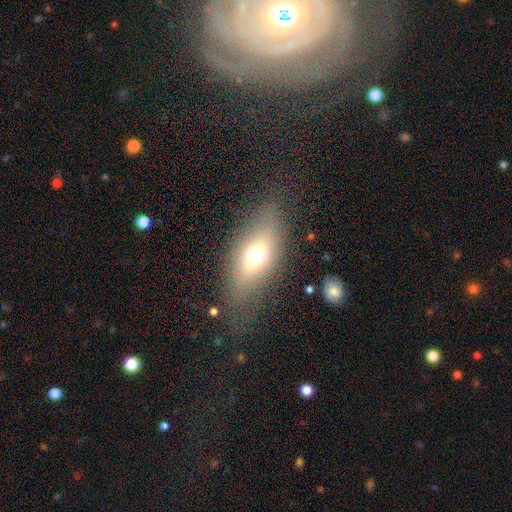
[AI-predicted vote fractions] The model was most divided on "smooth or featured": smooth: 62%, featured or disk: 26%, star or artifact: 11%. More confident: how rounded — in between (75%); merging — none (72%).